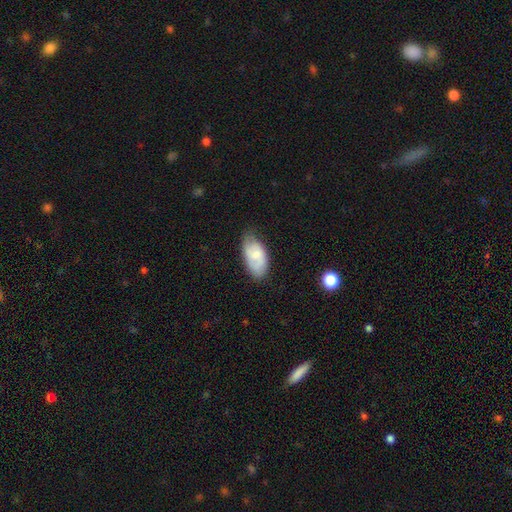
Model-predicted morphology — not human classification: Smooth or featured?
  - smooth: 61% *
  - featured or disk: 32%
  - star or artifact: 7%
How rounded?
  - in between: 94% *
  - round: 4%
  - cigar-shaped: 3%
Merging?
  - none: 62% *
  - minor disturbance: 29%
  - major disturbance: 7%
  - merger: 2%